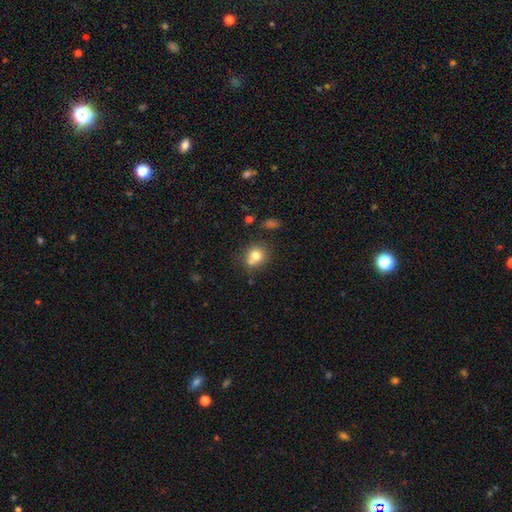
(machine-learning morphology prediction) Smooth or featured? smooth (77%)
How rounded? round (73%)
Merging? none (58%)